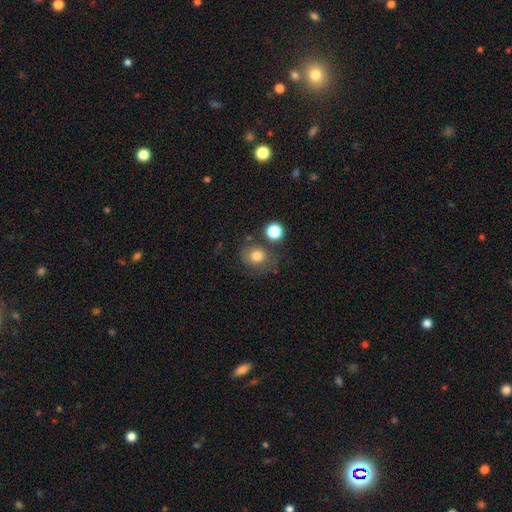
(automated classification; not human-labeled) Smooth or featured? smooth (77%)
How rounded? round (73%)
Merging? none (59%)